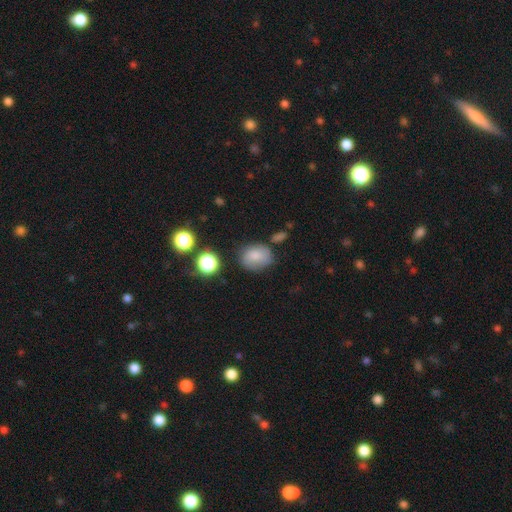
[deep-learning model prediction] Smooth or featured?
  - smooth: 79% *
  - featured or disk: 11%
  - star or artifact: 11%
How rounded?
  - in between: 56% *
  - round: 43%
  - cigar-shaped: 1%
Merging?
  - none: 65% *
  - minor disturbance: 24%
  - major disturbance: 7%
  - merger: 5%